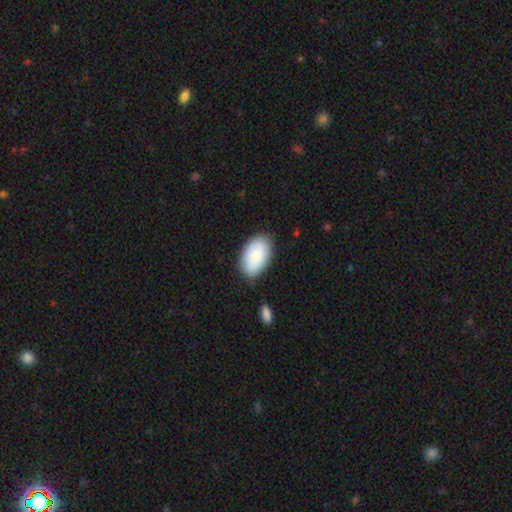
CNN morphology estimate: Q: Smooth or featured?
A: smooth (85%); runner-up: featured or disk (9%)
Q: How rounded?
A: in between (94%); runner-up: round (4%)
Q: Merging?
A: none (81%); runner-up: minor disturbance (14%)